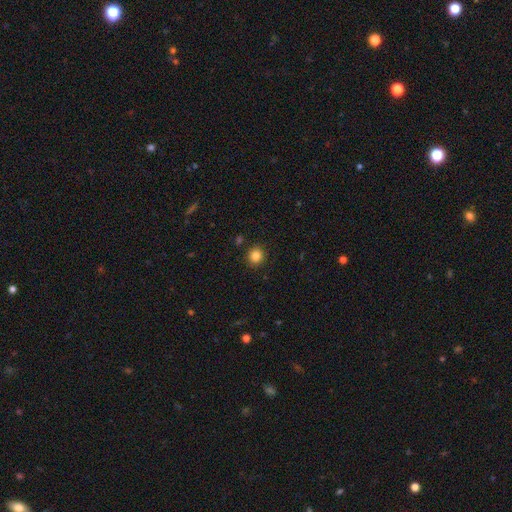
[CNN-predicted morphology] The model was most divided on "smooth or featured": smooth: 85%, star or artifact: 11%, featured or disk: 4%. More confident: merging — none (90%); how rounded — round (90%).